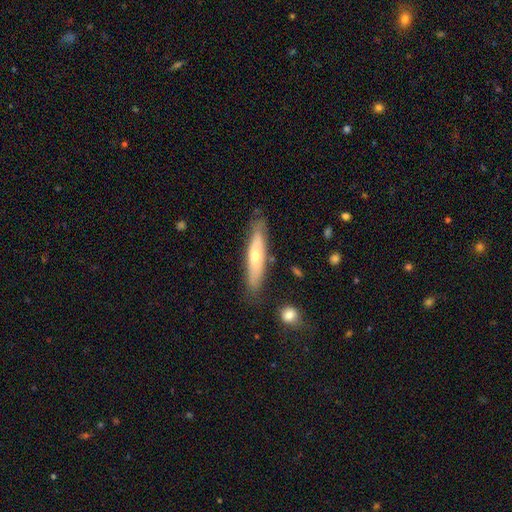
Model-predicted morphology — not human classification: A smooth galaxy with no disk features (51%) that is cigar-shaped (83%). Merging: none (81%).